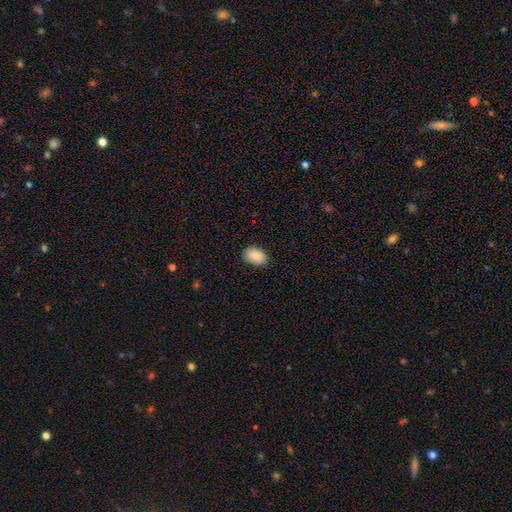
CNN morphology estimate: A smooth galaxy with no disk features (88%) that is in between round and cigar-shaped (87%).

Vote fractions:
- Smooth or featured? smooth: 88% / star or artifact: 7% / featured or disk: 5%
- How rounded? in between: 87% / round: 12% / cigar-shaped: 1%
- Merging? none: 85% / minor disturbance: 12% / major disturbance: 2% / merger: 1%